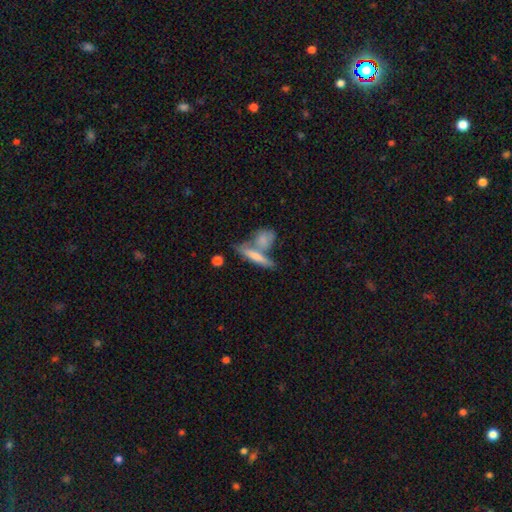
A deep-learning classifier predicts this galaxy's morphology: smooth_or_featured: smooth (p=0.58) [alt: featured or disk p=0.35]
how_rounded: cigar-shaped (p=0.73) [alt: in between p=0.22]
merging: none (p=0.51) [alt: merger p=0.35]